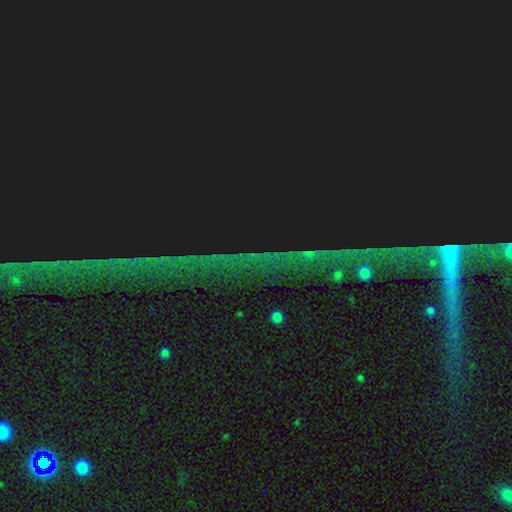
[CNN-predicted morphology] smooth_or_featured: star or artifact (p=0.85) [alt: smooth p=0.08]